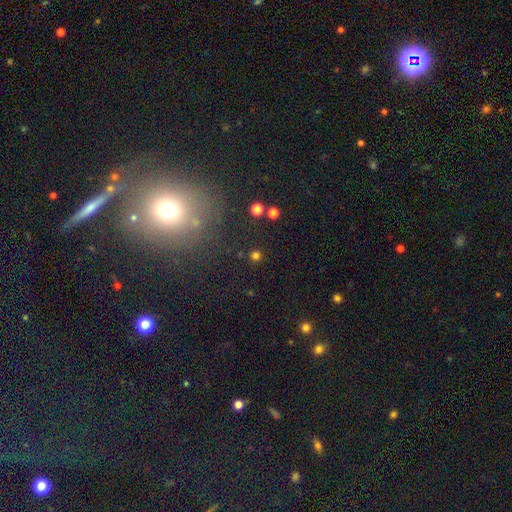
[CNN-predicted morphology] This is likely a smooth galaxy (72%). How rounded: clearly round (93%). Merging: clearly none (88%).